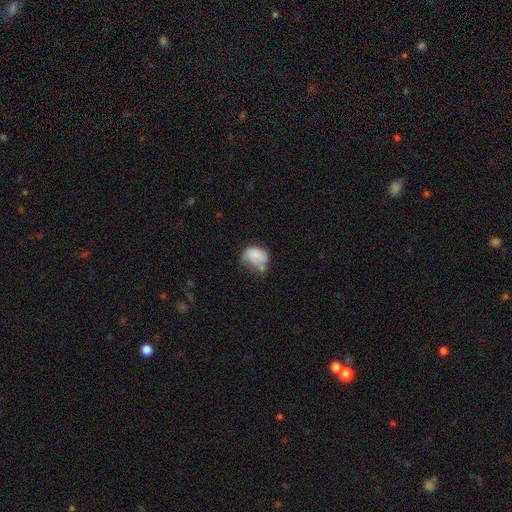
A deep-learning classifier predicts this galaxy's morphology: type=smooth (65%); roundness=in between (69%); merging=minor disturbance (33%).